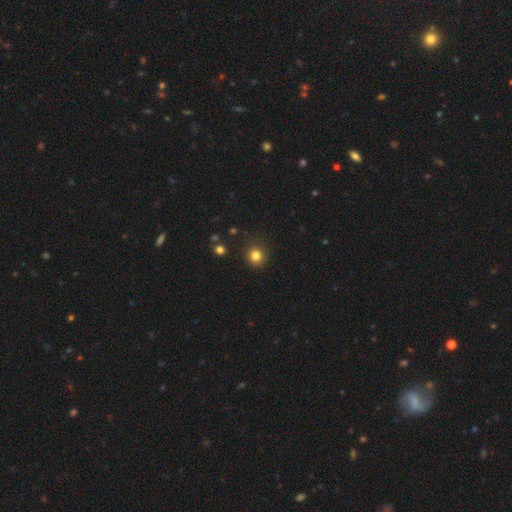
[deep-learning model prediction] The model was most divided on "smooth or featured": smooth: 82%, star or artifact: 13%, featured or disk: 5%. More confident: how rounded — round (92%); merging — none (89%).